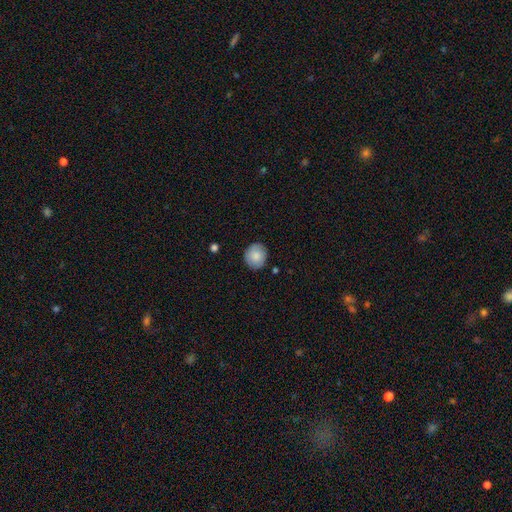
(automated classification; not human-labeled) A smooth galaxy with no disk features (84%) that is round (83%).

Vote fractions:
- Smooth or featured? smooth: 84% / featured or disk: 9% / star or artifact: 7%
- How rounded? round: 83% / in between: 16% / cigar-shaped: 1%
- Merging? none: 86% / minor disturbance: 10% / major disturbance: 2% / merger: 1%